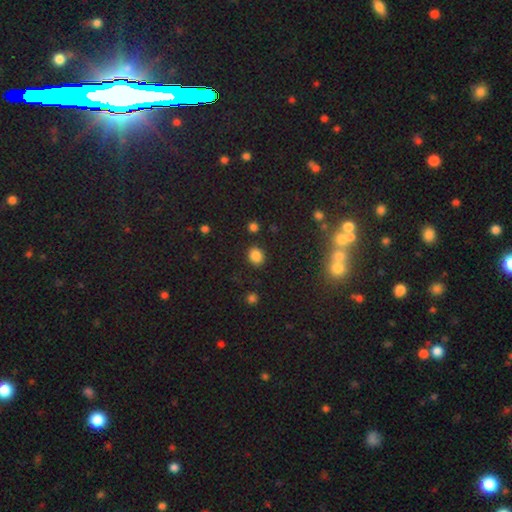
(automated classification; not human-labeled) The model was most divided on "how rounded": round: 62%, in between: 37%, cigar-shaped: 1%. More confident: merging — none (86%); smooth or featured — smooth (84%).